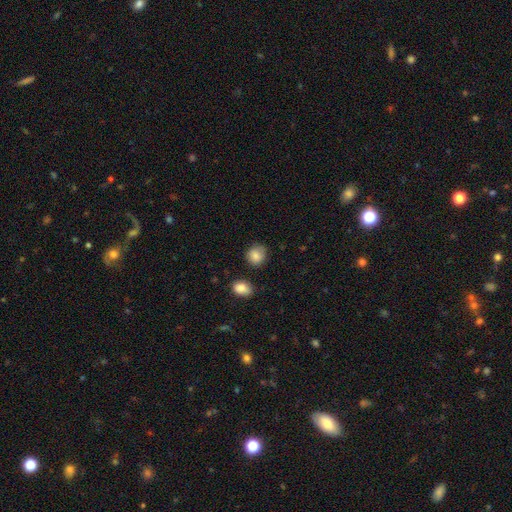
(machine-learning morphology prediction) The model was most divided on "how rounded": round: 79%, in between: 20%, cigar-shaped: 1%. More confident: smooth or featured — smooth (85%); merging — none (77%).